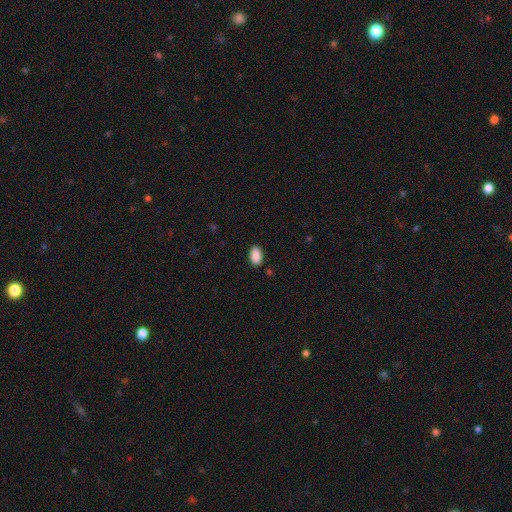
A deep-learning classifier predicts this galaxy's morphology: smooth 90%, star or artifact 7%, featured or disk 3%. Down the decision tree: how rounded — in between (93%); merging — none (88%).